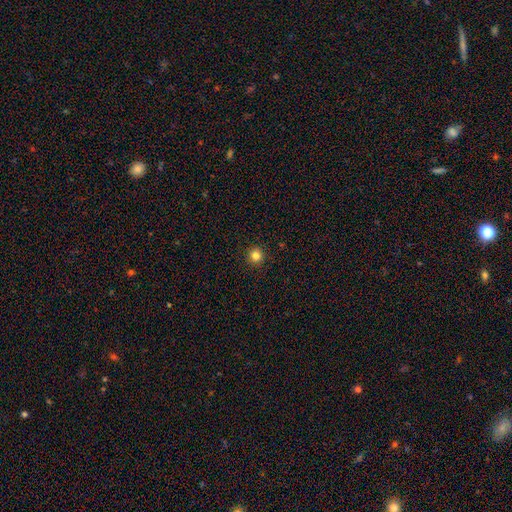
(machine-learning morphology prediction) smooth_or_featured: smooth (p=0.82) [alt: star or artifact p=0.13]
how_rounded: round (p=0.95) [alt: in between p=0.04]
merging: none (p=0.93) [alt: minor disturbance p=0.05]